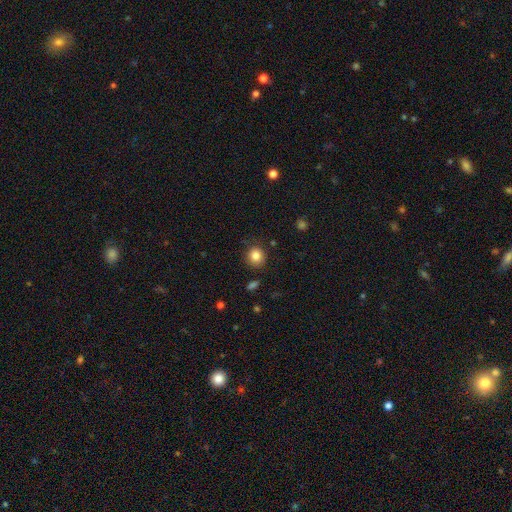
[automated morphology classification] A smooth galaxy with no disk features (84%) that is round (88%).

Vote fractions:
- Smooth or featured? smooth: 84% / star or artifact: 10% / featured or disk: 6%
- How rounded? round: 88% / in between: 11% / cigar-shaped: 1%
- Merging? none: 84% / minor disturbance: 11% / major disturbance: 3% / merger: 2%